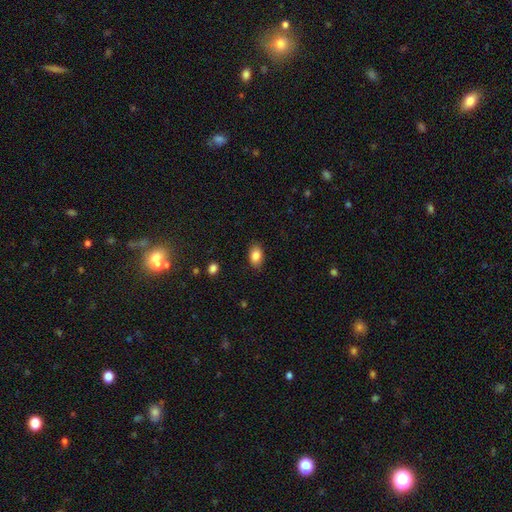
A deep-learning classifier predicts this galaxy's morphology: Smooth or featured? Predicted: smooth (p=0.86). How rounded? Predicted: in between (p=0.88). Merging? Predicted: none (p=0.87).